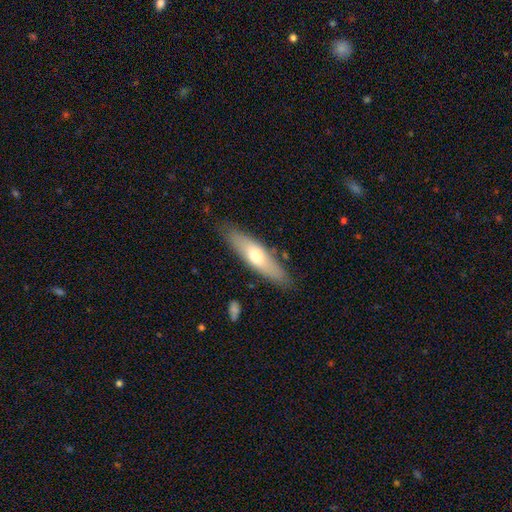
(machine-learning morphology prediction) smooth 59%, featured or disk 35%, star or artifact 6%. Down the decision tree: how rounded — cigar-shaped (67%); merging — none (83%).